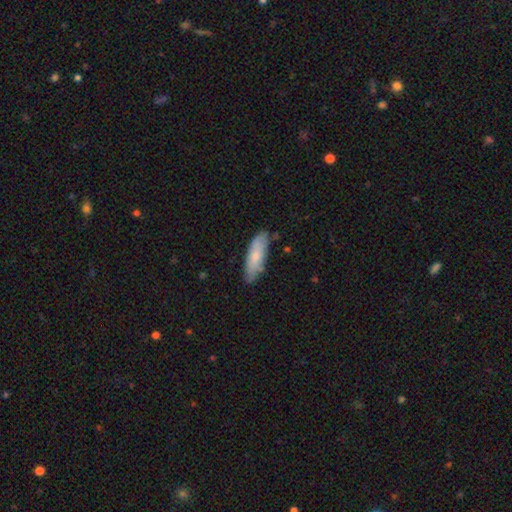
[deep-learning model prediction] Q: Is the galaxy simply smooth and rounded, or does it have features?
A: smooth — 75%.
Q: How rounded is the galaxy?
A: in between — 54%.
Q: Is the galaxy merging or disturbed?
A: none — 80%.